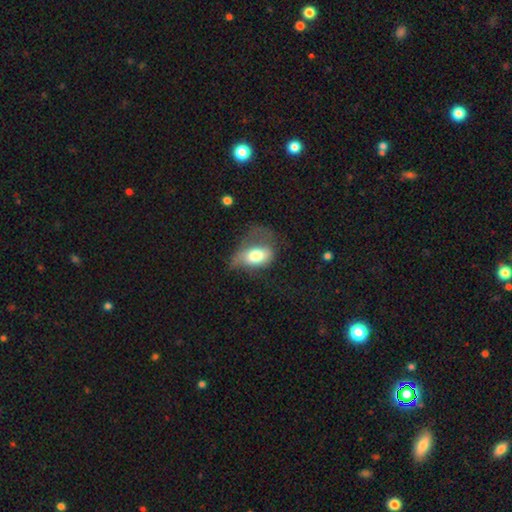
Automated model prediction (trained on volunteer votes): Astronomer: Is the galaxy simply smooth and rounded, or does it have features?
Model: smooth — 68%.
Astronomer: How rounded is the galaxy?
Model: in between — 82%.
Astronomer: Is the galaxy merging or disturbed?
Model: major disturbance — 49% (runner-up: minor disturbance, 28%).